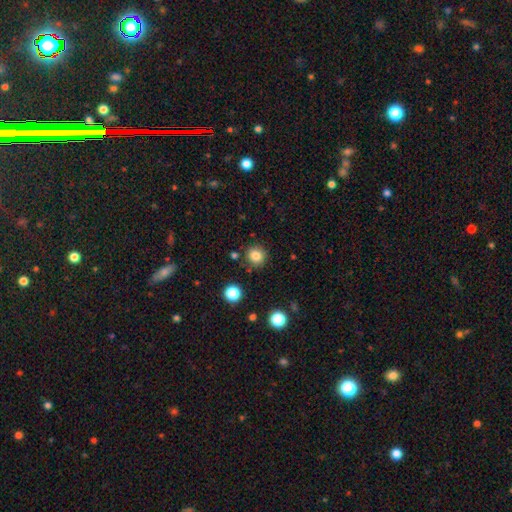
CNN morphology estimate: This appears to be a smooth galaxy with no disk features (83%) that is round (90%). Merging: none (86%).